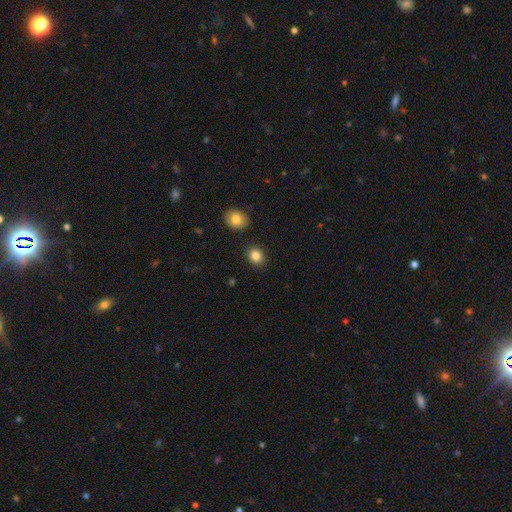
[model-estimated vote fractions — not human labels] Morphology: type=smooth (84%); roundness=round (67%); merging=none (88%).